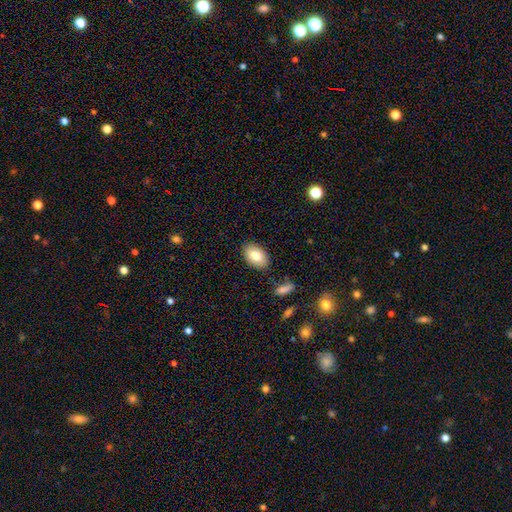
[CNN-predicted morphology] Overall: smooth (79%). How rounded: in between (90%). Merging: none (84%).